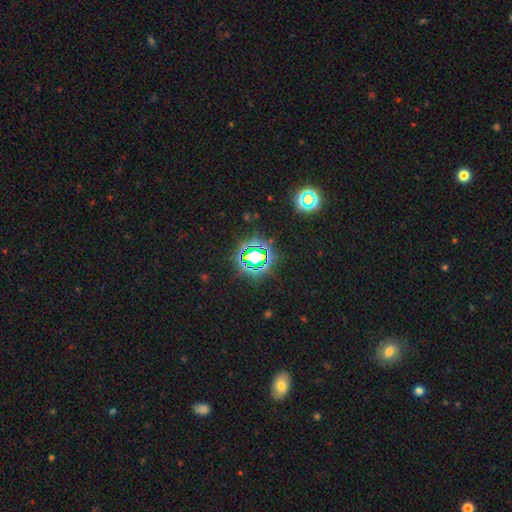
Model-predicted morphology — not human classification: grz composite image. It shows a star or artifact, not a galaxy (75%).